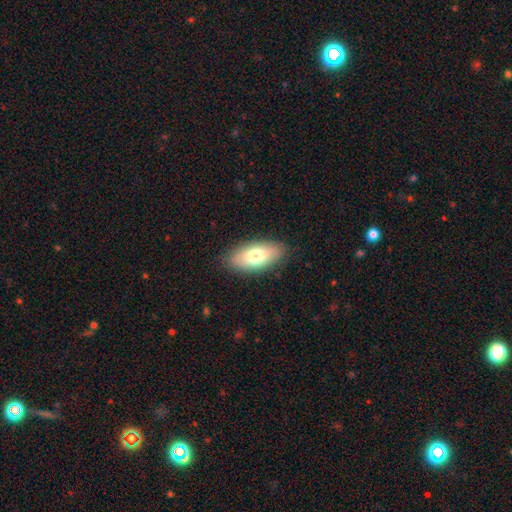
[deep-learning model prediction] smooth 75%, featured or disk 19%, star or artifact 7%. Down the decision tree: how rounded — in between (89%); merging — none (85%).